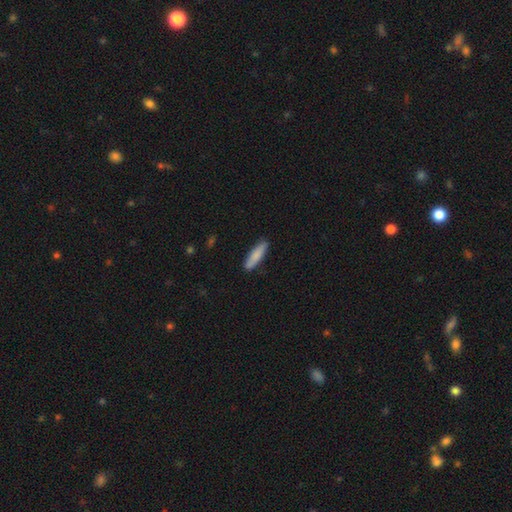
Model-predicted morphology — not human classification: The model was most divided on "how rounded": cigar-shaped: 74%, in between: 24%, round: 1%. More confident: merging — none (87%); smooth or featured — smooth (83%).